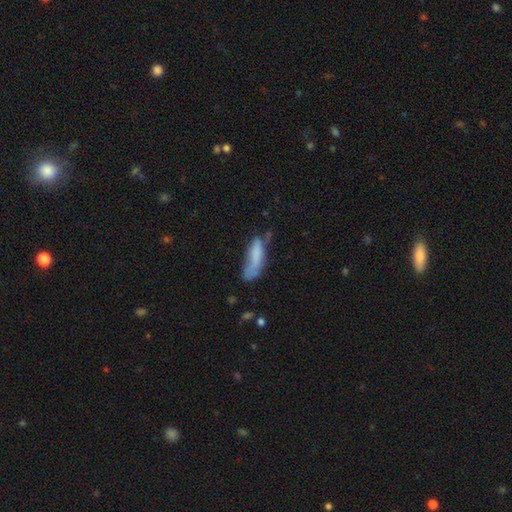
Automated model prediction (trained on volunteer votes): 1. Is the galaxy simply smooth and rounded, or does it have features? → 70% smooth, 21% featured or disk, 10% star or artifact.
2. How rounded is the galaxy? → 50% cigar-shaped, 48% in between, 2% round.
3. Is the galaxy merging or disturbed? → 32% minor disturbance (tied), 32% none (tied), 27% major disturbance, 9% merger.